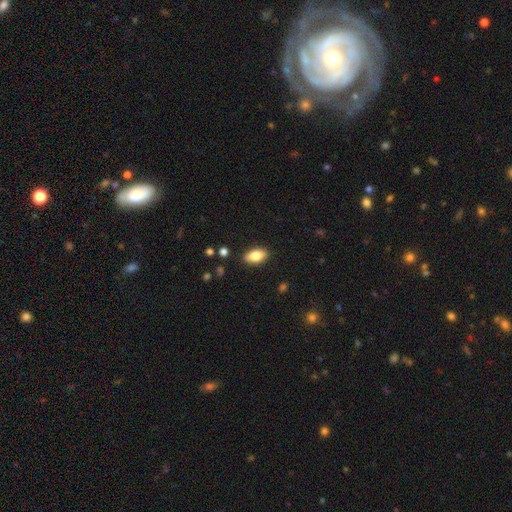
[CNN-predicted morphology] This is clearly a smooth galaxy (83%). How rounded: clearly in between (92%). Merging: clearly none (88%).